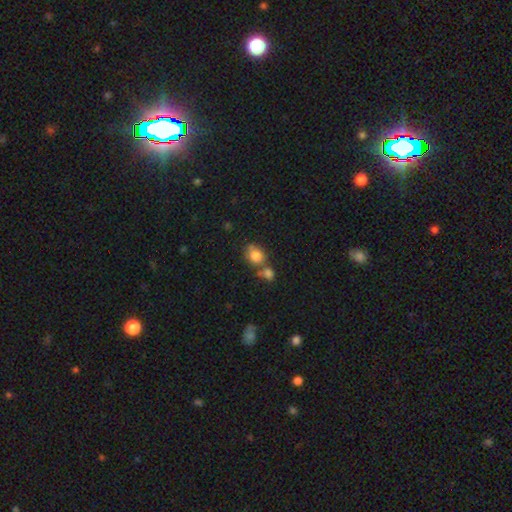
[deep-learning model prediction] Smooth or featured? smooth (82%)
How rounded? round (55%)
Merging? none (46%)